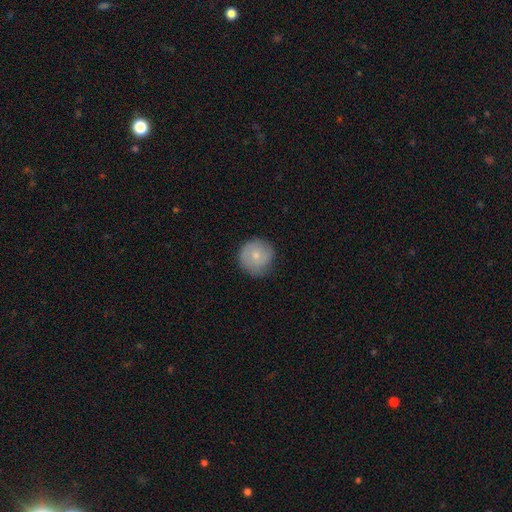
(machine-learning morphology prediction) A smooth galaxy with no disk features (70%) that is round (93%).

Vote fractions:
- Smooth or featured? smooth: 70% / featured or disk: 23% / star or artifact: 7%
- How rounded? round: 93% / in between: 6% / cigar-shaped: 1%
- Merging? none: 75% / minor disturbance: 19% / major disturbance: 4% / merger: 1%